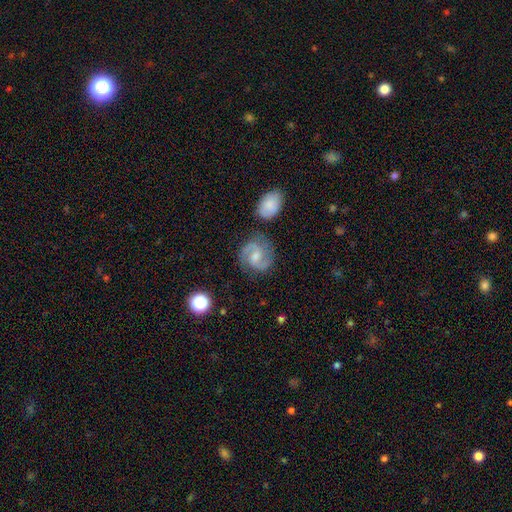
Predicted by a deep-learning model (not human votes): This appears to be a featured or disk galaxy (83%) with a weak bar (51%), 2 (92%) medium (60%) spiral arms (97%) and a moderate central bulge (45%). Merging: none (75%).